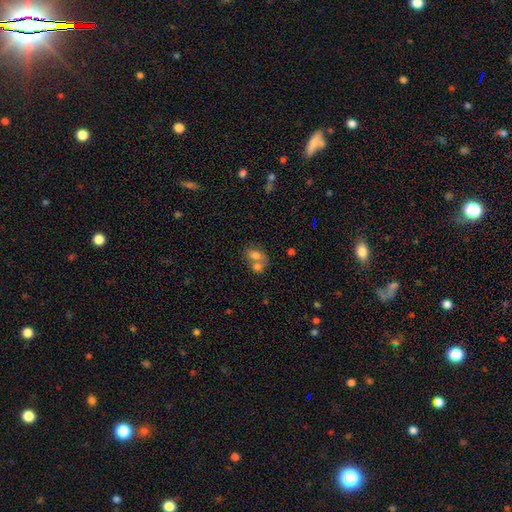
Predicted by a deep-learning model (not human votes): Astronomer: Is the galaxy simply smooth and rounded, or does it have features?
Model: smooth — 74%.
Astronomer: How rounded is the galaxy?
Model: in between — 74%.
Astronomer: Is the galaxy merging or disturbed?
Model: merger — 60%.